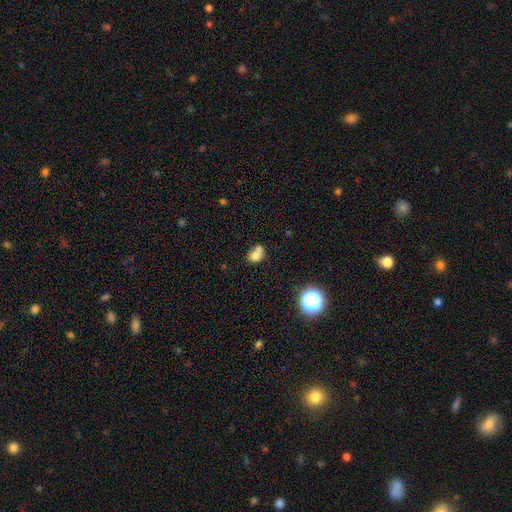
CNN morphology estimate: Smooth or featured: smooth — 72% (featured or disk — 15%)
How rounded: round — 55% (in between — 44%)
Merging: merger — 49% (none — 31%)